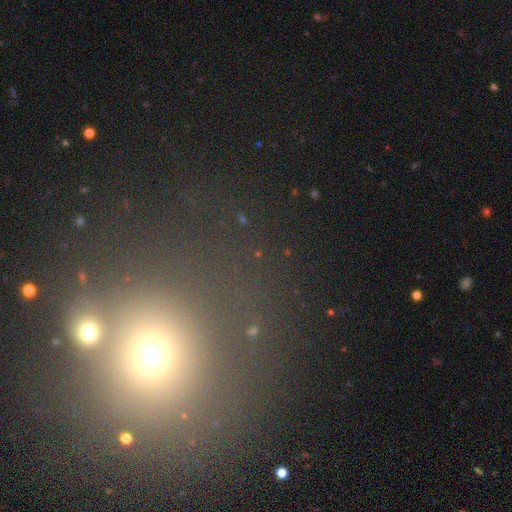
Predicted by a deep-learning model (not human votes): This is possibly a smooth galaxy (51%). How rounded: clearly round (88%). Merging: likely none (71%).